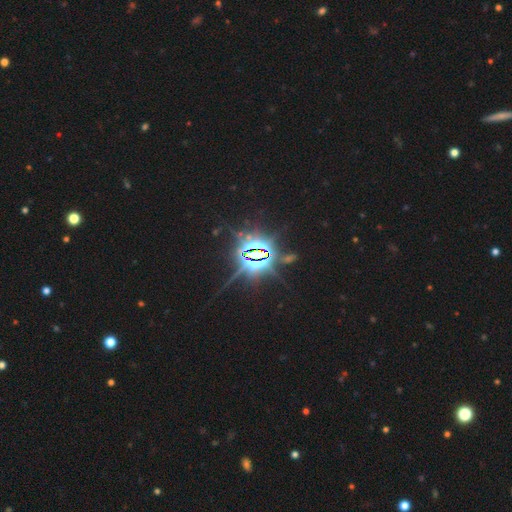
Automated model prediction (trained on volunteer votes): This is clearly a star or artifact rather than a galaxy (85%).